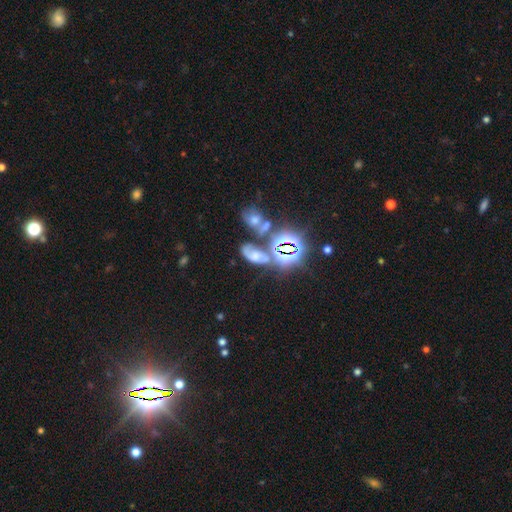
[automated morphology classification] A star or artifact, not a galaxy (36%).

Vote fractions:
- Smooth or featured? star or artifact: 36% / smooth: 33% / featured or disk: 31%